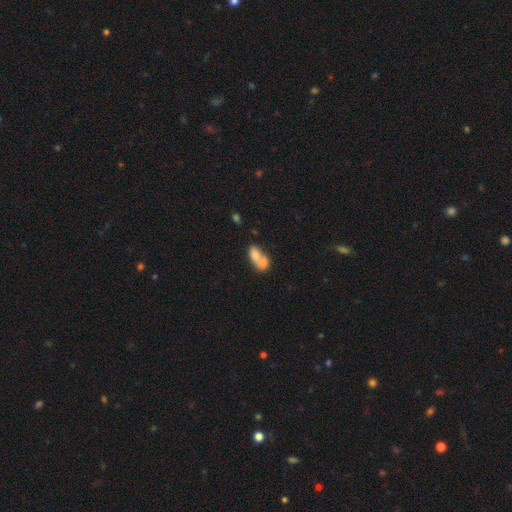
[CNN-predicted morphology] A smooth galaxy with no disk features (72%) that is in between round and cigar-shaped (81%).

Vote fractions:
- Smooth or featured? smooth: 72% / featured or disk: 20% / star or artifact: 8%
- How rounded? in between: 81% / round: 15% / cigar-shaped: 4%
- Merging? merger: 73% / none: 16% / minor disturbance: 7% / major disturbance: 5%